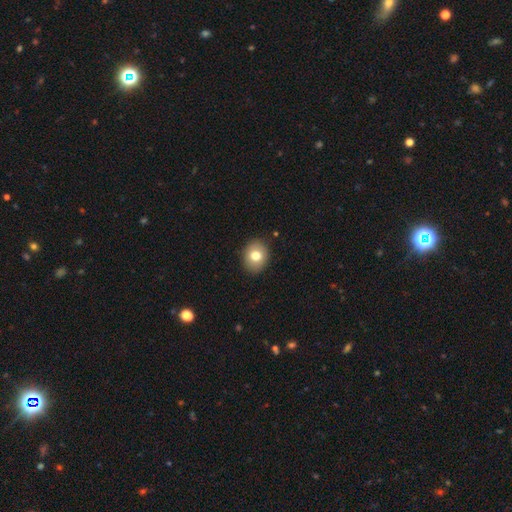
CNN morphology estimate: Smooth or featured? Predicted: smooth (p=0.76). How rounded? Predicted: round (p=0.54). Merging? Predicted: none (p=0.89).